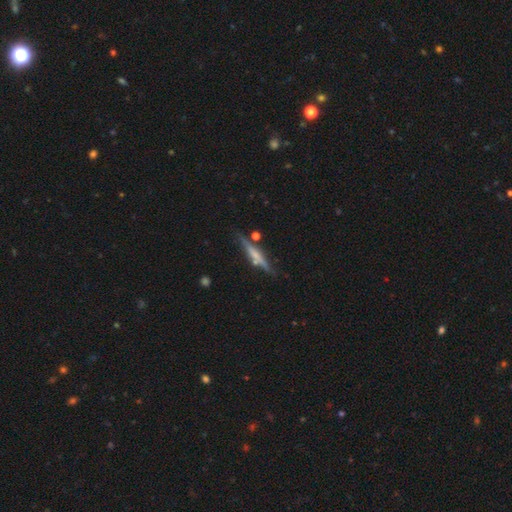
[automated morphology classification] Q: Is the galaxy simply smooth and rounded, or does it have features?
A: featured or disk — 60%.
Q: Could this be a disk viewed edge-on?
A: yes — 95%.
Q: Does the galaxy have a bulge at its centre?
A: rounded — 45%.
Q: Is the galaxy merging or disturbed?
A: none — 77%.